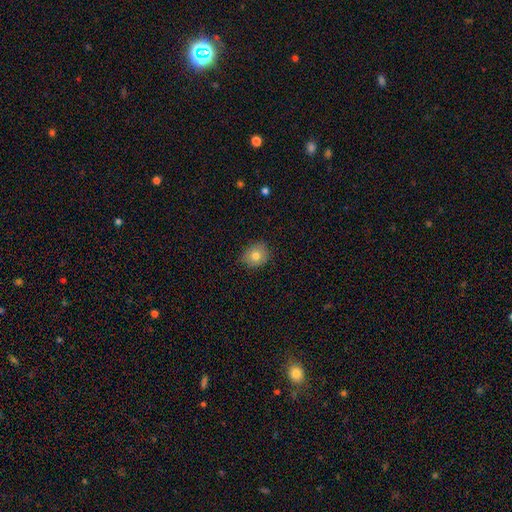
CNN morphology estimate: Overall: smooth (79%). How rounded: round (71%). Merging: none (84%).